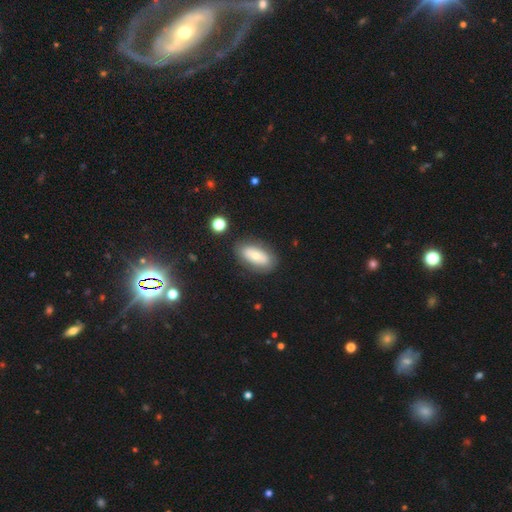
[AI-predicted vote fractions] Smooth or featured? smooth (63%)
How rounded? in between (89%)
Merging? none (80%)